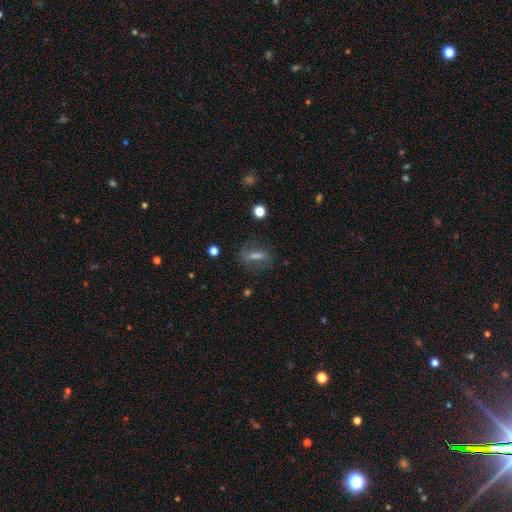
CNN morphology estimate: Smooth or featured: smooth — 56% (featured or disk — 31%)
How rounded: in between — 50% (cigar-shaped — 41%)
Merging: none — 65% (minor disturbance — 19%)